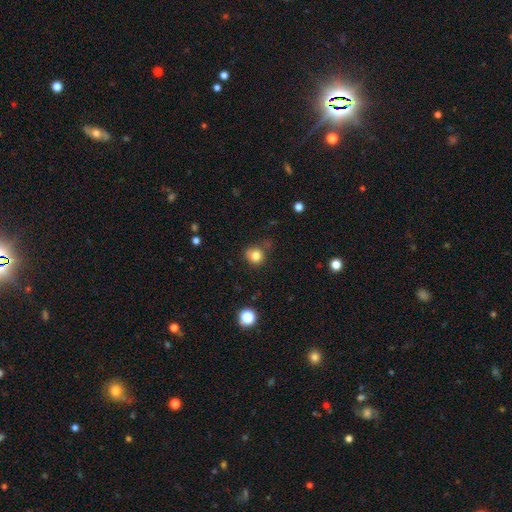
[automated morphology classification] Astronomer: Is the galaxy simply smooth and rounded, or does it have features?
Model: smooth — 81%.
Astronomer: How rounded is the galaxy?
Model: round — 86%.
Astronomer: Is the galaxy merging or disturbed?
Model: none — 70%.